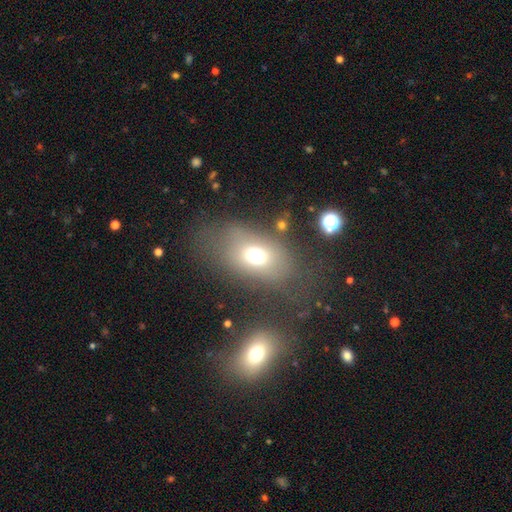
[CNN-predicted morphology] type=smooth (64%); roundness=in between (68%); merging=none (57%).